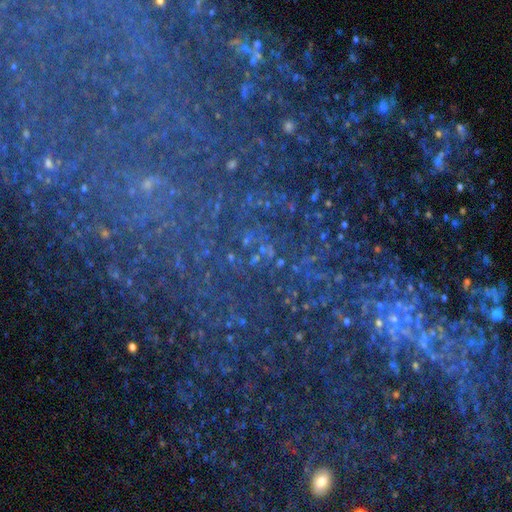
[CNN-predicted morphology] Smooth or featured?
  - star or artifact: 81% *
  - smooth: 10%
  - featured or disk: 9%